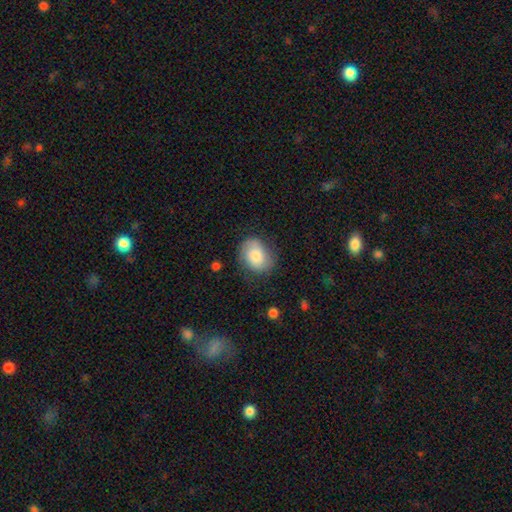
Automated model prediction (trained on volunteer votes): This is likely a smooth galaxy (66%). How rounded: possibly in between (56%). Merging: likely none (70%).